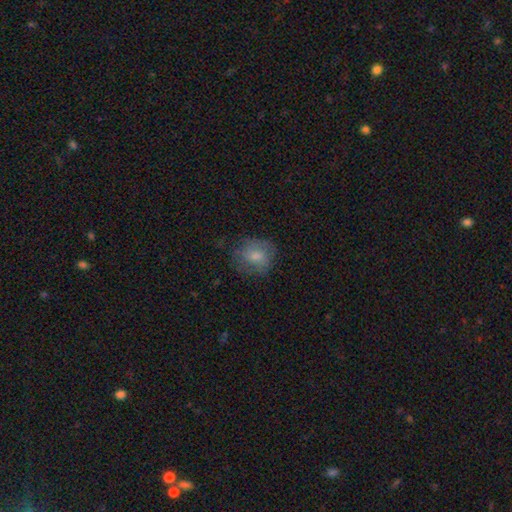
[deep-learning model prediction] smooth-or-featured: smooth: 69% | featured or disk: 22% | star or artifact: 8%
  how-rounded: round: 74% | in between: 25% | cigar-shaped: 1%
  merging: none: 67% | minor disturbance: 22% | major disturbance: 11% | merger: 1%